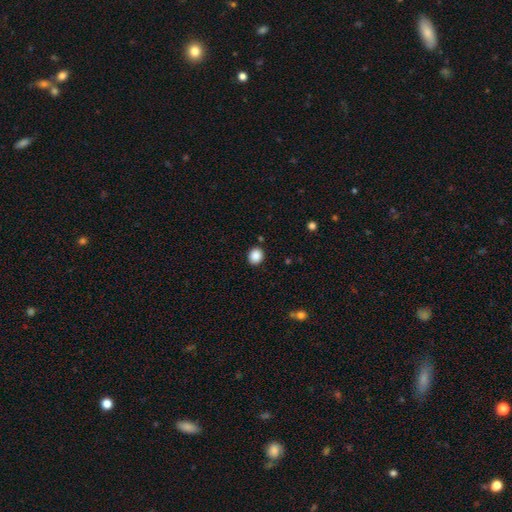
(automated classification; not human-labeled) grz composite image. It shows a smooth galaxy with no disk features (88%) that is round (71%). Merging: none (89%).